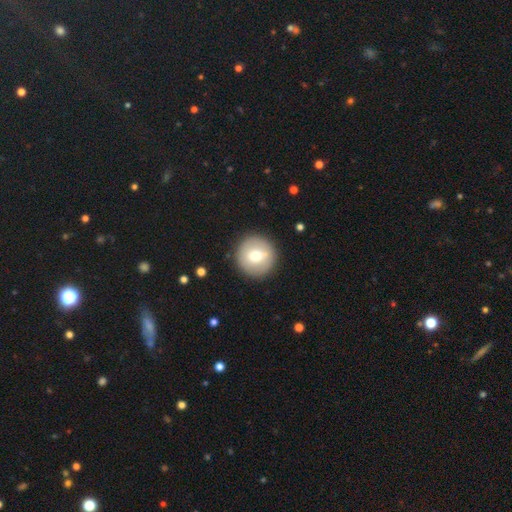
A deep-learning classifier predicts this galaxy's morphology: This is likely a smooth galaxy (67%). How rounded: clearly round (96%). Merging: clearly none (89%).